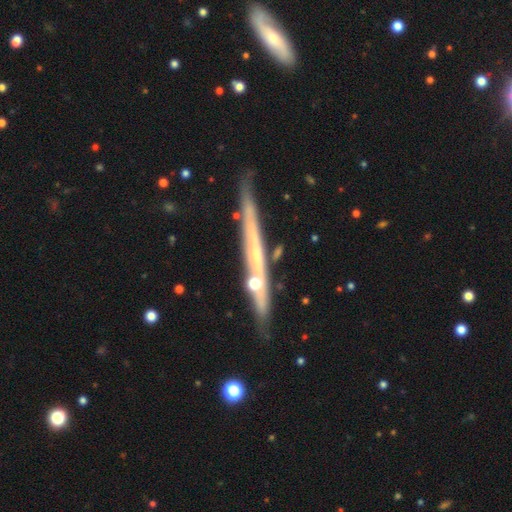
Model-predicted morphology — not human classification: featured or disk 71%, smooth 23%, star or artifact 7%. Down the decision tree: edge-on disk — yes (95%); edge-on bulge — none (68%); merging — none (77%).